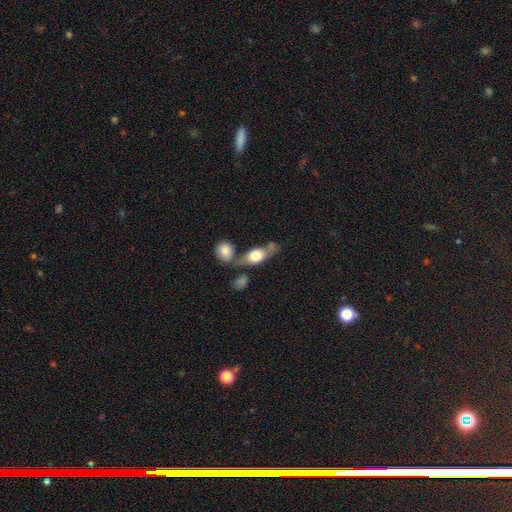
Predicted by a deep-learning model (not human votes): Morphology: type=smooth (63%); roundness=in between (69%); merging=none (50%).